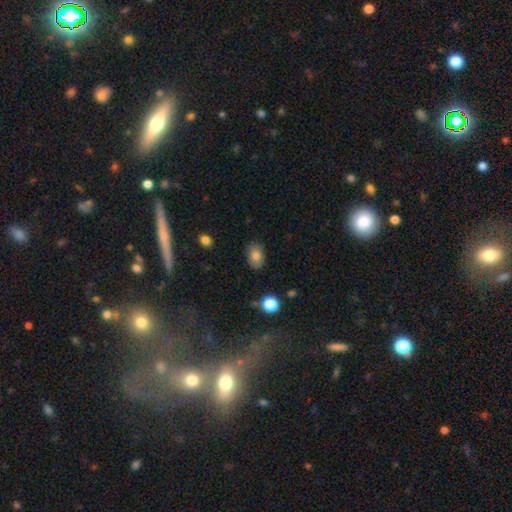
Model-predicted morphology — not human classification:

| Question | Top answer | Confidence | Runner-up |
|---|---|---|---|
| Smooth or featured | smooth | 81% | featured or disk (9%) |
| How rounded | in between | 85% | round (14%) |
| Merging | none | 83% | minor disturbance (13%) |